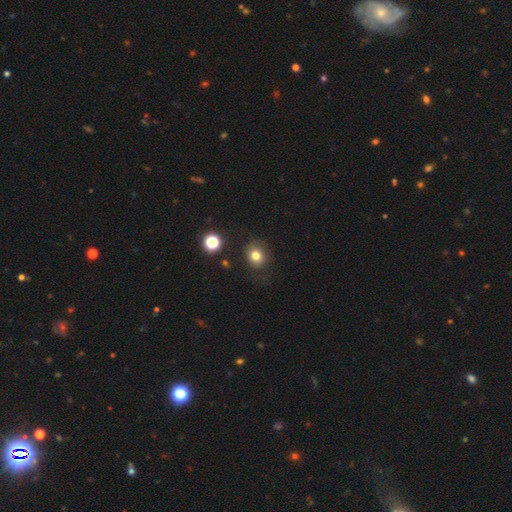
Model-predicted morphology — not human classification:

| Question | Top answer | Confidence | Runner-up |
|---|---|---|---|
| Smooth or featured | smooth | 79% | star or artifact (13%) |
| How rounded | round | 70% | in between (29%) |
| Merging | none | 79% | minor disturbance (14%) |